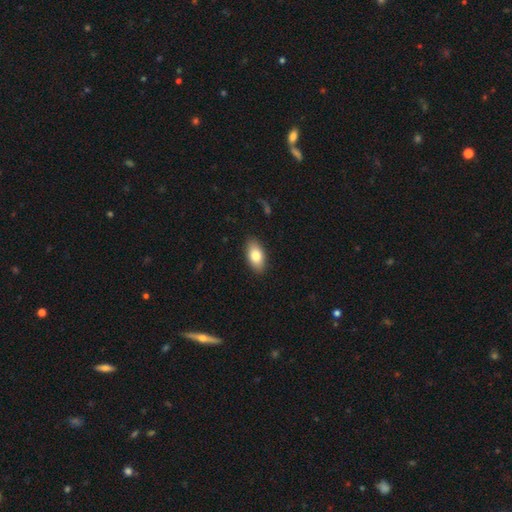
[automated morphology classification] A smooth galaxy with no disk features (80%) that is in between round and cigar-shaped (92%). Merging: none (89%).